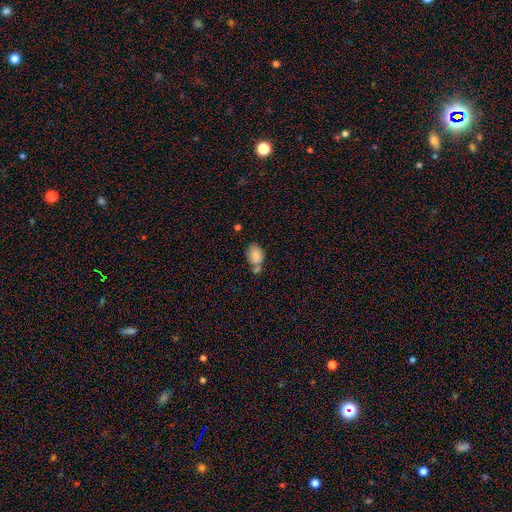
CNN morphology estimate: Smooth or featured: smooth — 82% (featured or disk — 9%)
How rounded: in between — 83% (round — 15%)
Merging: none — 44% (merger — 29%)